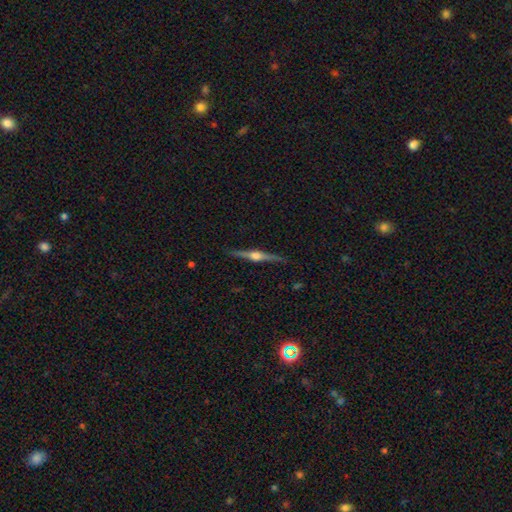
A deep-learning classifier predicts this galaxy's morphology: A featured or disk galaxy (83%) viewed edge-on (98%) with a rounded central bulge (93%). Merging: none (90%).